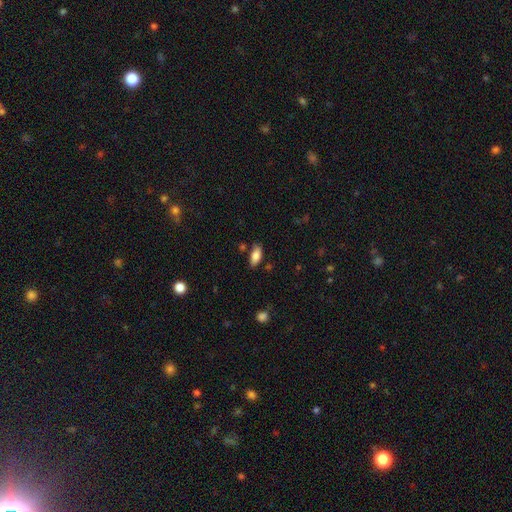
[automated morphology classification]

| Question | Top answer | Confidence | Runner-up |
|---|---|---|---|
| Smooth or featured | smooth | 84% | featured or disk (9%) |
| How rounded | in between | 88% | cigar-shaped (9%) |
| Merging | none | 77% | minor disturbance (16%) |